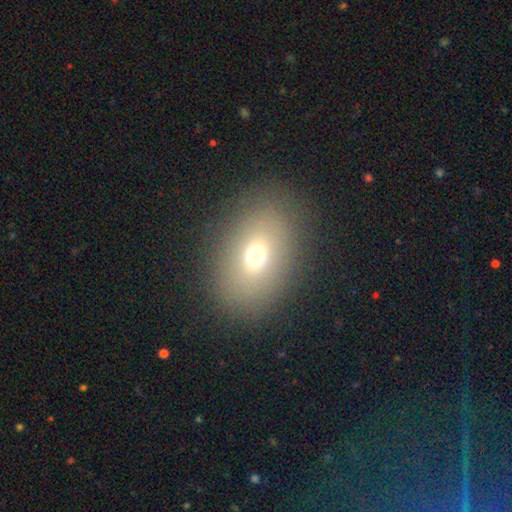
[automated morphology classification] A smooth galaxy with no disk features (67%) that is in between round and cigar-shaped (69%). Merging: none (84%).